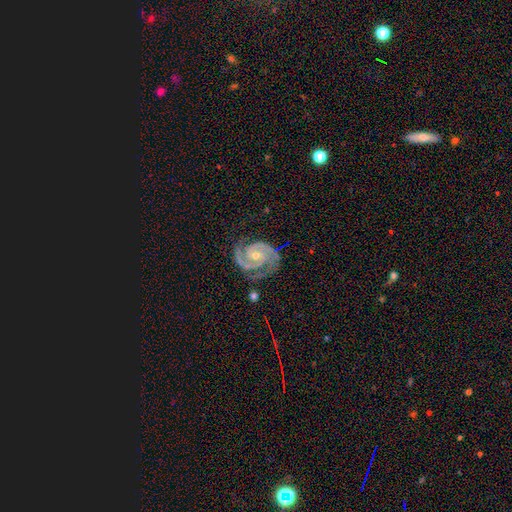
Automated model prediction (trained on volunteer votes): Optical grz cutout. It shows a featured or disk galaxy (93%) with no bar (59%), 2 (84%) tight (70%) spiral arms (99%) and a small central bulge (59%). Merging: none (79%).